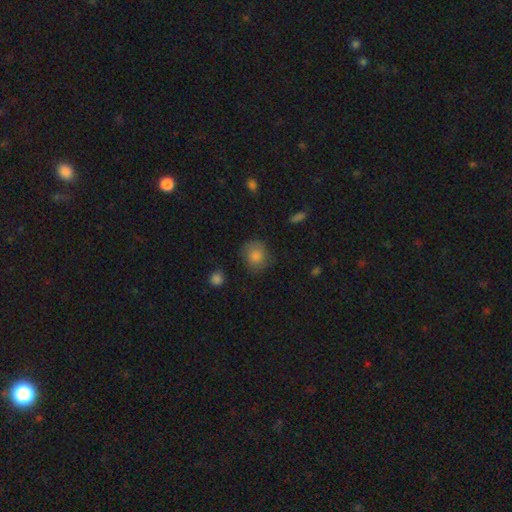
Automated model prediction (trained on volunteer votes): Smooth or featured? Predicted: smooth (p=0.82). How rounded? Predicted: round (p=0.73). Merging? Predicted: none (p=0.72).